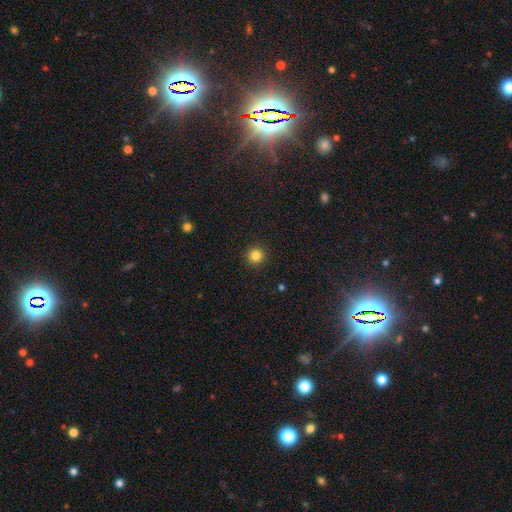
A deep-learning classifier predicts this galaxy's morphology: A smooth galaxy with no disk features (84%) that is round (96%).

Vote fractions:
- Smooth or featured? smooth: 84% / star or artifact: 12% / featured or disk: 4%
- How rounded? round: 96% / in between: 3% / cigar-shaped: 1%
- Merging? none: 93% / minor disturbance: 4% / major disturbance: 2% / merger: 1%